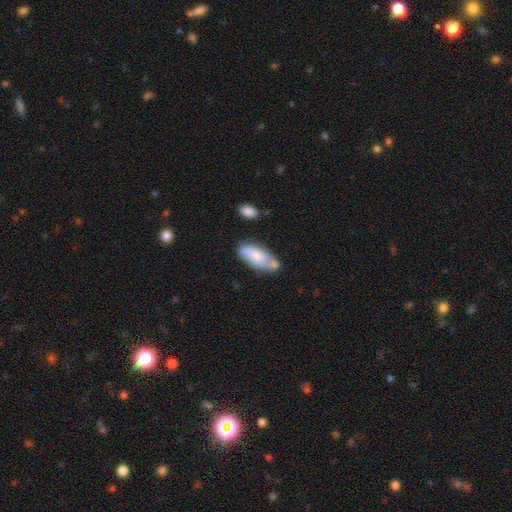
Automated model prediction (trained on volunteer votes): Smooth or featured? smooth (68%)
How rounded? in between (86%)
Merging? none (48%)